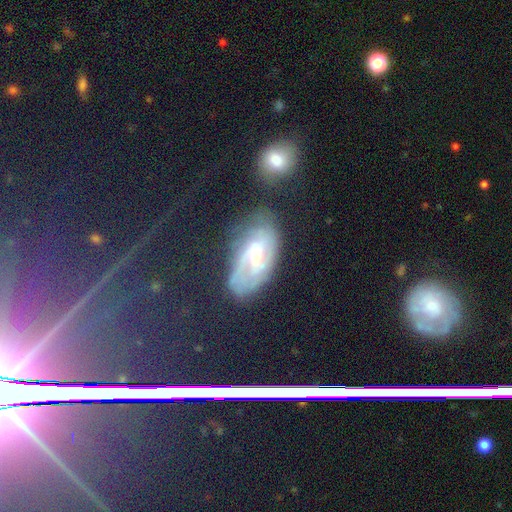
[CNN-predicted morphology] The model was most divided on "spiral arm count": can't tell: 42%, 2: 38%, 3: 8%, 1: 6%, 4: 3%, more than 4: 3%. Remaining: edge-on disk — no (92%); spiral arms — yes (80%); smooth or featured — featured or disk (69%); merging — none (58%); bulge size — moderate (58%); bar — weak (48%); spiral winding — tight (46%).